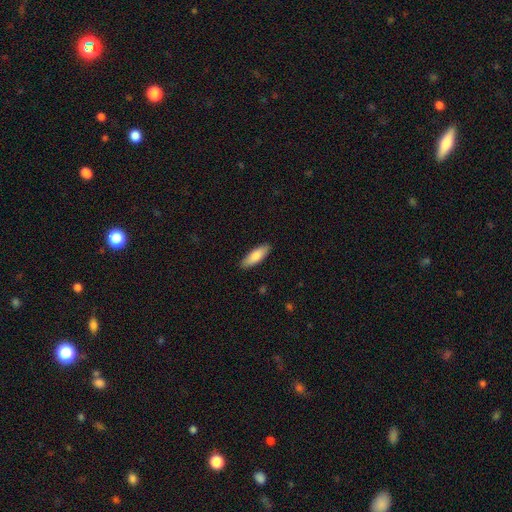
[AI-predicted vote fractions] Smooth or featured?
  - smooth: 80% *
  - featured or disk: 15%
  - star or artifact: 5%
How rounded?
  - in between: 59% *
  - cigar-shaped: 39%
  - round: 2%
Merging?
  - none: 89% *
  - minor disturbance: 8%
  - major disturbance: 2%
  - merger: 1%